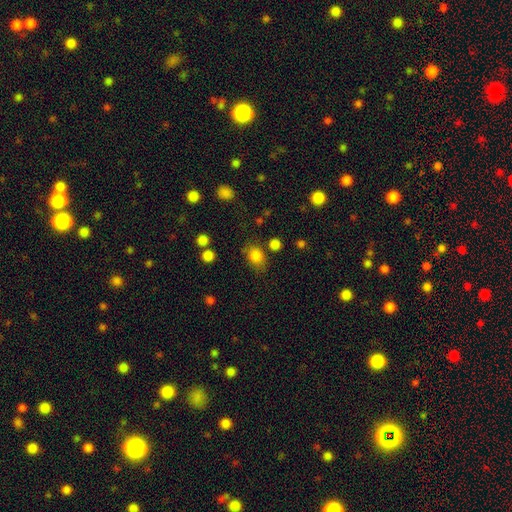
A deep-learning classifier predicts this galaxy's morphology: This is clearly a smooth galaxy (82%). How rounded: possibly in between (54%). Merging: likely none (69%).